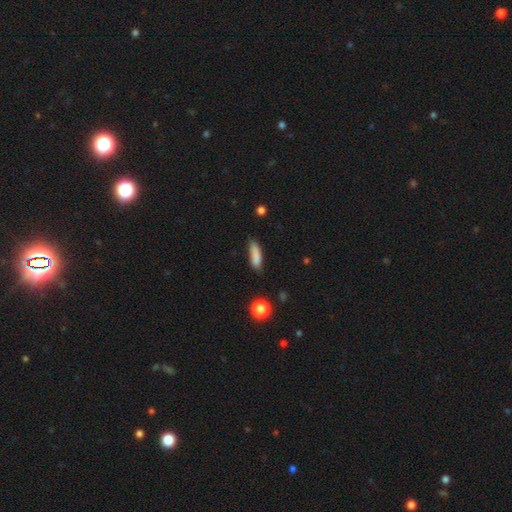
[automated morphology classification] smooth 84%, featured or disk 8%, star or artifact 8%. Down the decision tree: how rounded — cigar-shaped (61%); merging — none (70%).